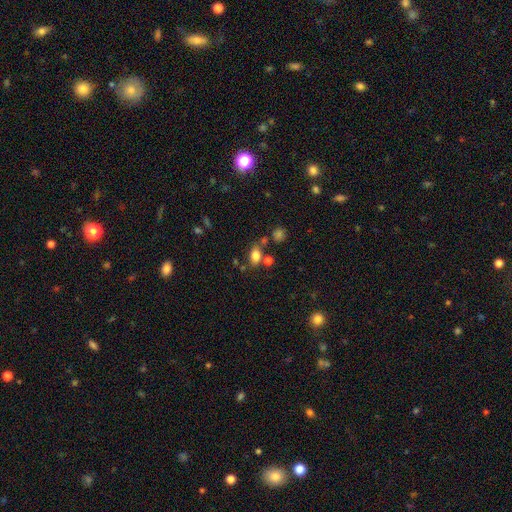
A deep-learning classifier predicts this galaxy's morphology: A smooth galaxy with no disk features (80%) that is in between round and cigar-shaped (79%).

Vote fractions:
- Smooth or featured? smooth: 80% / star or artifact: 12% / featured or disk: 8%
- How rounded? in between: 79% / round: 18% / cigar-shaped: 2%
- Merging? none: 67% / minor disturbance: 14% / merger: 14% / major disturbance: 5%